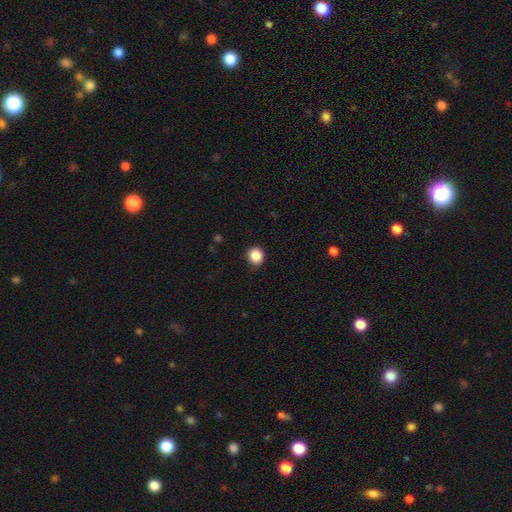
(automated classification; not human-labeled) The model was most divided on "how rounded": round: 83%, in between: 16%, cigar-shaped: 1%. More confident: smooth or featured — smooth (88%); merging — none (84%).